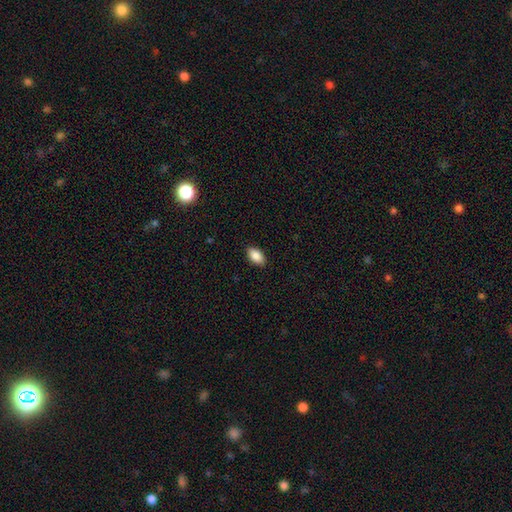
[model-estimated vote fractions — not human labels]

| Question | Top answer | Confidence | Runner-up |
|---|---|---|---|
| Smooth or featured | smooth | 88% | star or artifact (7%) |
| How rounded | in between | 93% | round (4%) |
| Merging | none | 89% | minor disturbance (8%) |